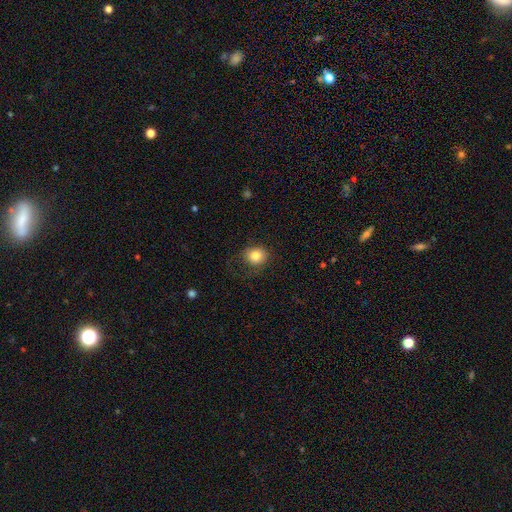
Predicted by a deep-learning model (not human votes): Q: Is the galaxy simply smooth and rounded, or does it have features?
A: smooth — 82%.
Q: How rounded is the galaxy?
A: round — 80%.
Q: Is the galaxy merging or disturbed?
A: none — 76%.